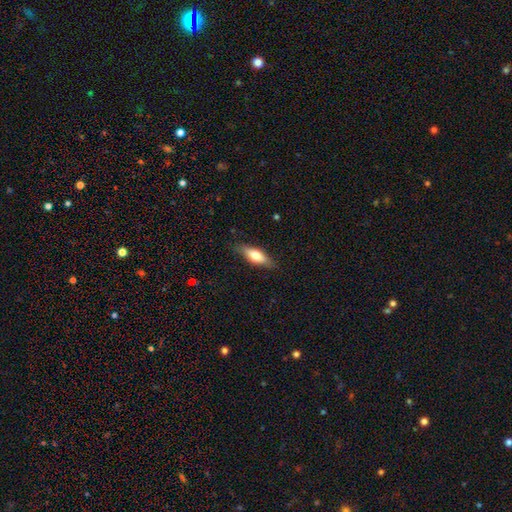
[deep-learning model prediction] This appears to be a smooth galaxy with no disk features (60%) that is in between round and cigar-shaped (57%). Merging: none (84%).